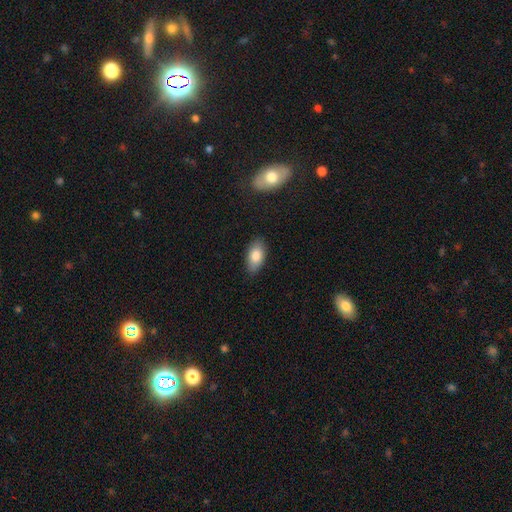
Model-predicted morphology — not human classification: The model was most divided on "smooth or featured": smooth: 82%, featured or disk: 11%, star or artifact: 7%. More confident: how rounded — in between (92%); merging — none (84%).